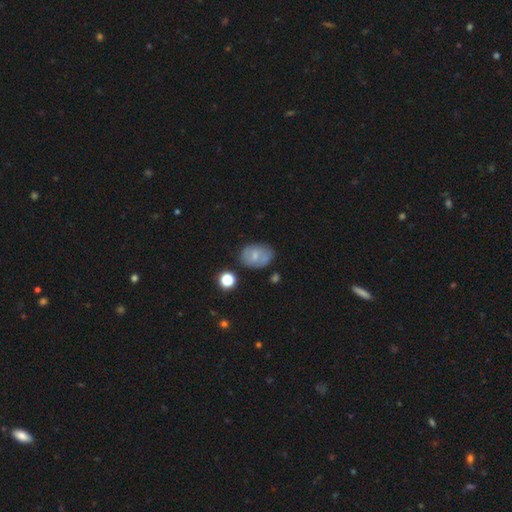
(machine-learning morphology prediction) This is likely a smooth galaxy (63%). How rounded: likely in between (72%). Merging: likely none (69%).